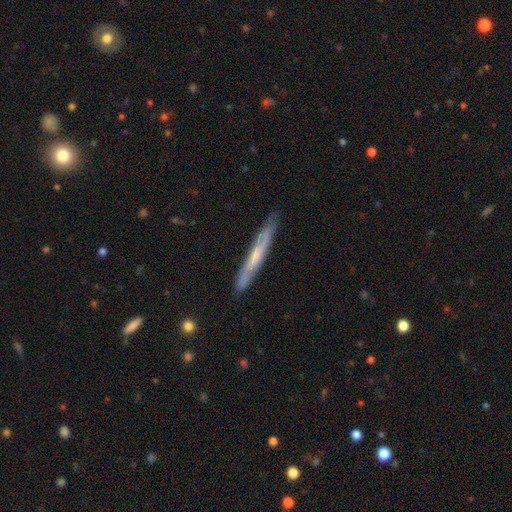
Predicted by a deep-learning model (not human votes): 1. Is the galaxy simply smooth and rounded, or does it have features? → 51% featured or disk, 43% smooth, 6% star or artifact.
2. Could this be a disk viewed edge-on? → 87% yes, 13% no.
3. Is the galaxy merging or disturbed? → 84% none, 12% minor disturbance, 2% major disturbance, 1% merger.